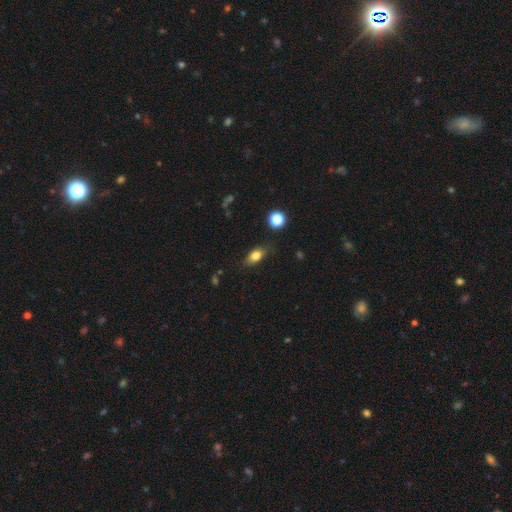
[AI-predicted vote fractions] Smooth or featured? Predicted: smooth (p=0.79). How rounded? Predicted: in between (p=0.81). Merging? Predicted: none (p=0.78).